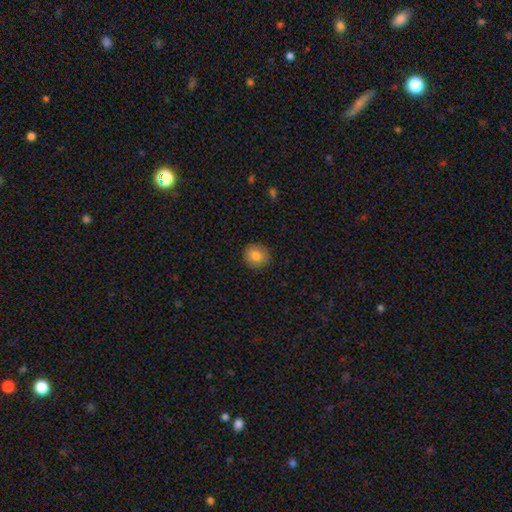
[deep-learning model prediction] Morphology: type=smooth (81%); roundness=round (91%); merging=none (89%).